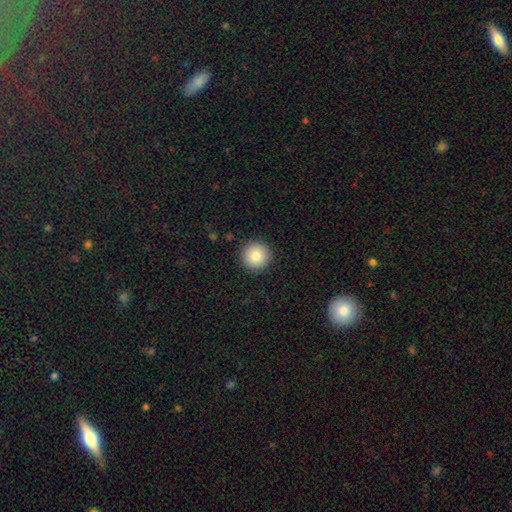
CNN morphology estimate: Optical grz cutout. It shows a smooth galaxy with no disk features (87%) that is round (96%). Merging: none (92%).